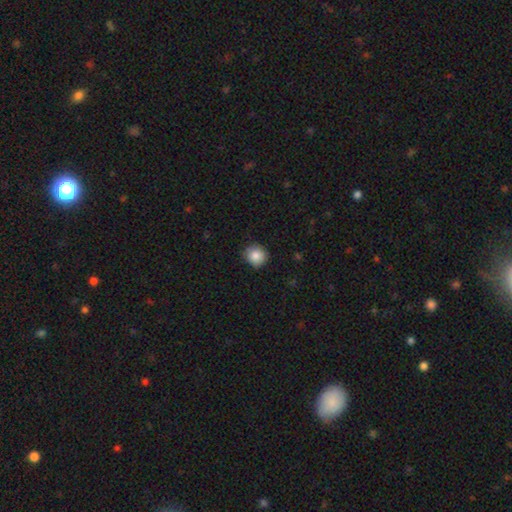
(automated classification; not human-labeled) Smooth or featured: smooth — 86% (star or artifact — 9%)
How rounded: round — 89% (in between — 10%)
Merging: none — 86% (minor disturbance — 11%)